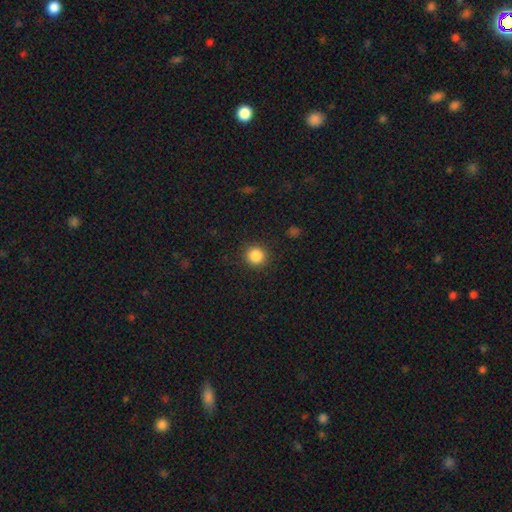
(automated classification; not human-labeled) Morphology: type=smooth (86%); roundness=round (93%); merging=none (90%).